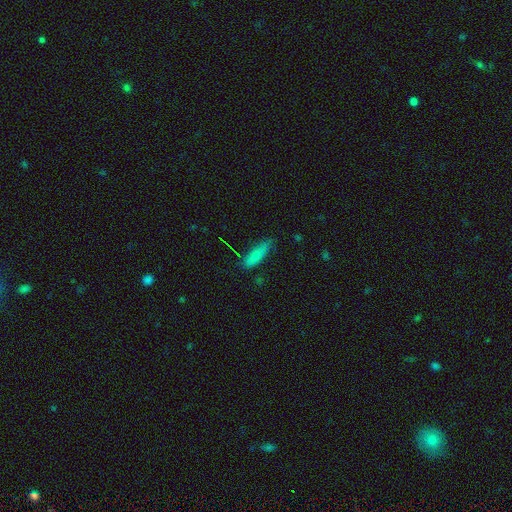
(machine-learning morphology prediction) This appears to be a smooth galaxy with no disk features (75%) that is cigar-shaped (52%). Merging: none (72%).